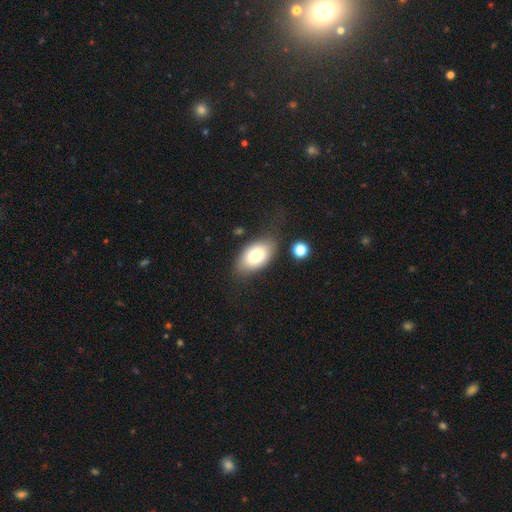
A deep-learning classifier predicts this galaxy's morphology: This is likely a smooth galaxy (76%). How rounded: clearly in between (90%). Merging: likely none (72%).